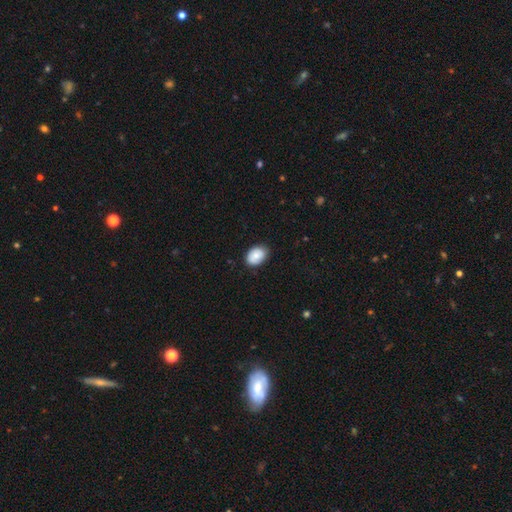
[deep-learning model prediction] The model was most divided on "how rounded": in between: 76%, round: 23%, cigar-shaped: 1%. More confident: smooth or featured — smooth (82%); merging — none (81%).